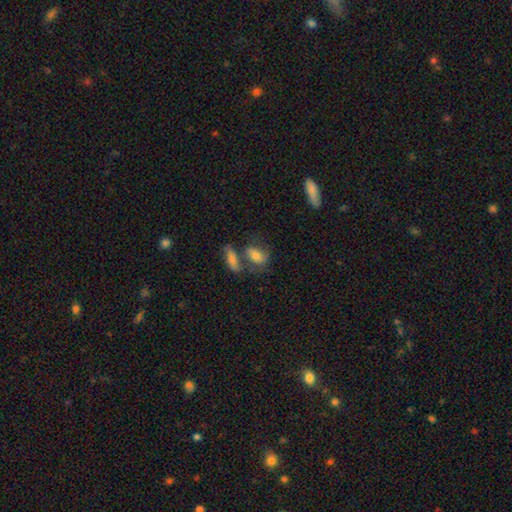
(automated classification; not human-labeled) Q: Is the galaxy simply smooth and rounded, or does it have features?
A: smooth — 67%.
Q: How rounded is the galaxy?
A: in between — 81%.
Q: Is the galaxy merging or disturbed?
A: merger — 43%.